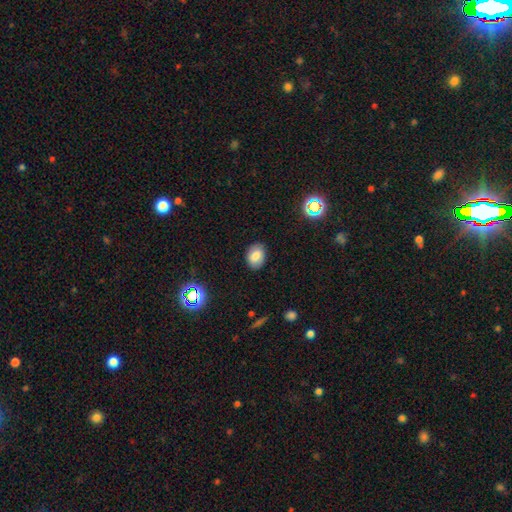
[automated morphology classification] smooth 80%, star or artifact 11%, featured or disk 10%. Down the decision tree: how rounded — in between (68%); merging — none (87%).